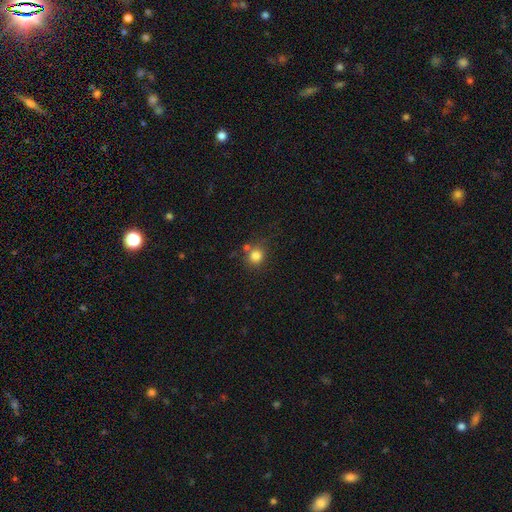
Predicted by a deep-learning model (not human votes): A smooth galaxy with no disk features (81%) that is round (87%). Merging: none (68%).